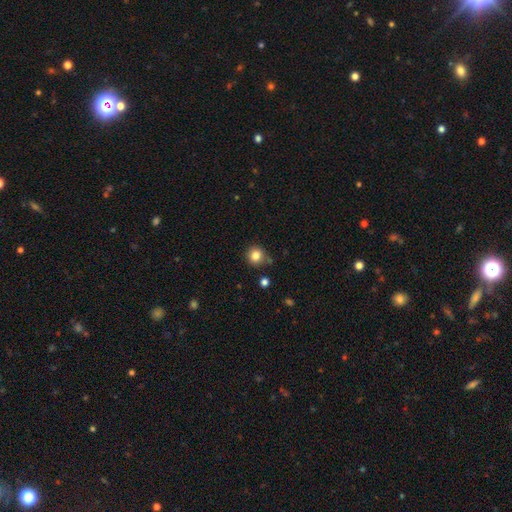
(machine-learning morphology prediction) Overall: smooth (83%). How rounded: round (92%). Merging: none (81%).